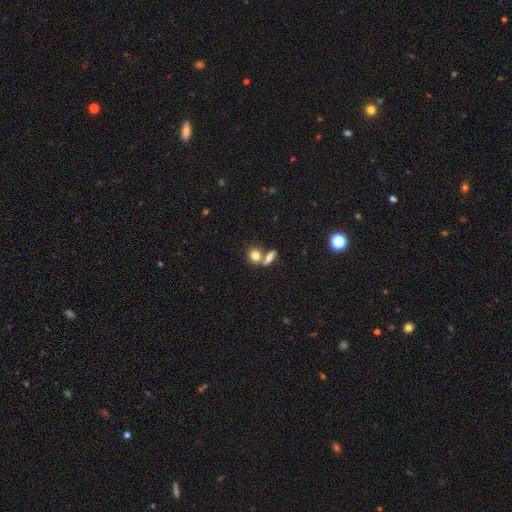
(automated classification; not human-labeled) The model was most divided on "merging": none: 45%, merger: 44%, minor disturbance: 8%, major disturbance: 4%. More confident: smooth or featured — smooth (77%); how rounded — round (57%).